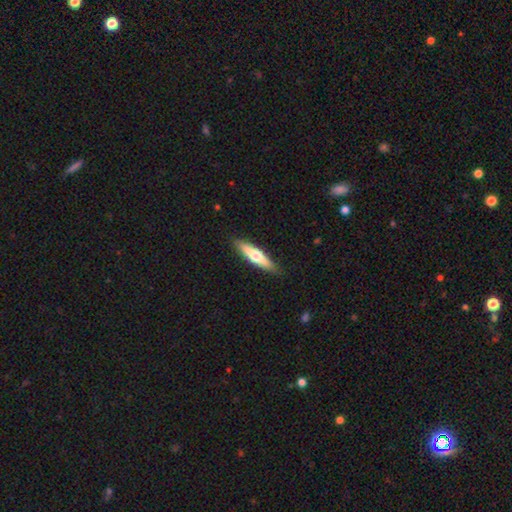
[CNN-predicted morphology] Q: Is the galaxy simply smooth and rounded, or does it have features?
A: smooth — 48%.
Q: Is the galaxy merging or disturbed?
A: none — 88%.